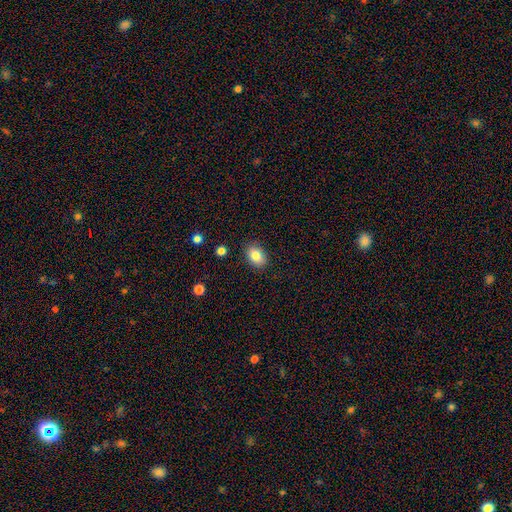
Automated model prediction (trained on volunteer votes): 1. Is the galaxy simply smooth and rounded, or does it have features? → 84% smooth, 8% star or artifact, 8% featured or disk.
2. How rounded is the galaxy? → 78% in between, 21% round, 1% cigar-shaped.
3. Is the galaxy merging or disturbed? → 88% none, 9% minor disturbance, 2% major disturbance, 1% merger.